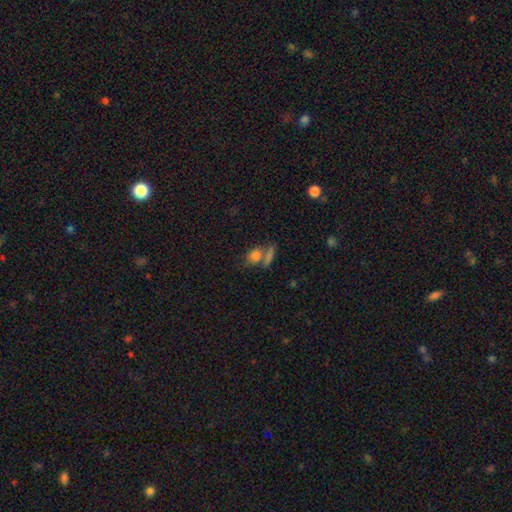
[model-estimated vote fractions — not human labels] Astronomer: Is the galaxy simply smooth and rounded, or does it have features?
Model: smooth — 78%.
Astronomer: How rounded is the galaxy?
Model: in between — 49% (runner-up: round, 44%).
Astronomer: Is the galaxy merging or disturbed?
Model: none — 44% (runner-up: merger, 39%).